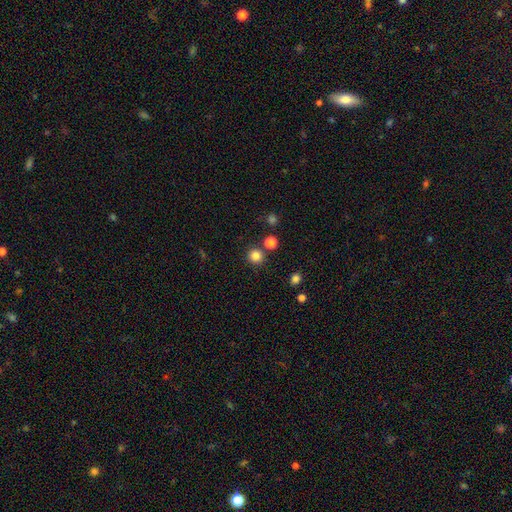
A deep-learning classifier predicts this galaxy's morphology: A smooth galaxy with no disk features (84%) that is round (94%).

Vote fractions:
- Smooth or featured? smooth: 84% / star or artifact: 12% / featured or disk: 4%
- How rounded? round: 94% / in between: 5% / cigar-shaped: 1%
- Merging? none: 85% / merger: 7% / minor disturbance: 6% / major disturbance: 2%